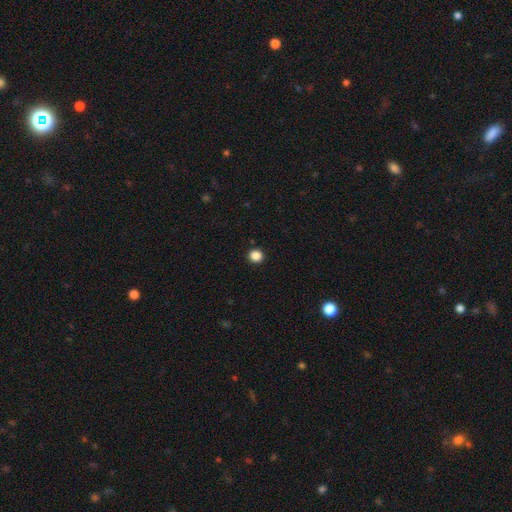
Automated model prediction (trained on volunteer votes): smooth 86%, star or artifact 11%, featured or disk 2%. Down the decision tree: how rounded — round (91%); merging — none (93%).